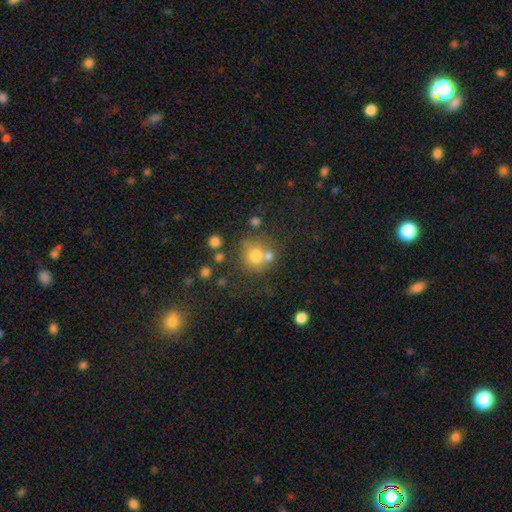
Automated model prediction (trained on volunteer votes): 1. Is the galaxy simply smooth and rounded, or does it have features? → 71% smooth, 15% featured or disk, 14% star or artifact.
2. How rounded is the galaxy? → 87% round, 12% in between, 1% cigar-shaped.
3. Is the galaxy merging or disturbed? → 54% none, 30% merger, 11% minor disturbance, 5% major disturbance.